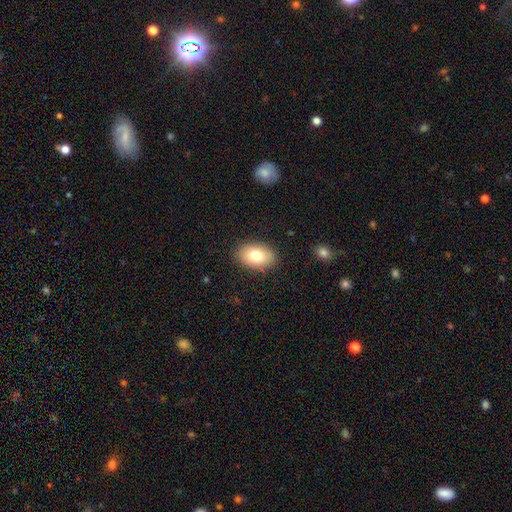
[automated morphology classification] A smooth galaxy with no disk features (78%) that is in between round and cigar-shaped (89%). Merging: none (87%).